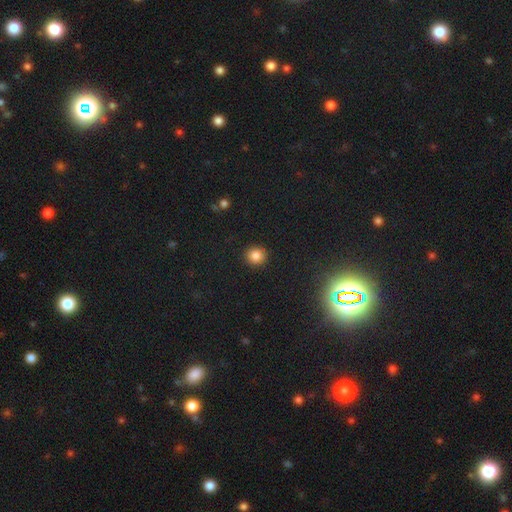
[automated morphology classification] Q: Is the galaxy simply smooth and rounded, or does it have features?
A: smooth — 84%.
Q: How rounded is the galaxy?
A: round — 87%.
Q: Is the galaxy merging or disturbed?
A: none — 91%.